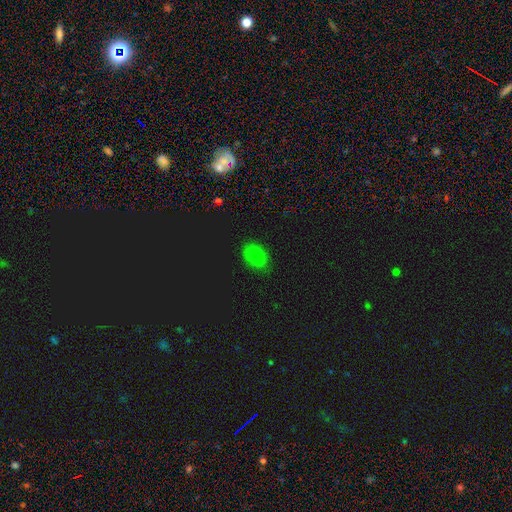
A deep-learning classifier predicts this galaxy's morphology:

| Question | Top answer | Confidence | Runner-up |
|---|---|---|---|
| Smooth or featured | smooth | 77% | star or artifact (17%) |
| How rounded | in between | 82% | round (17%) |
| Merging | none | 80% | minor disturbance (16%) |